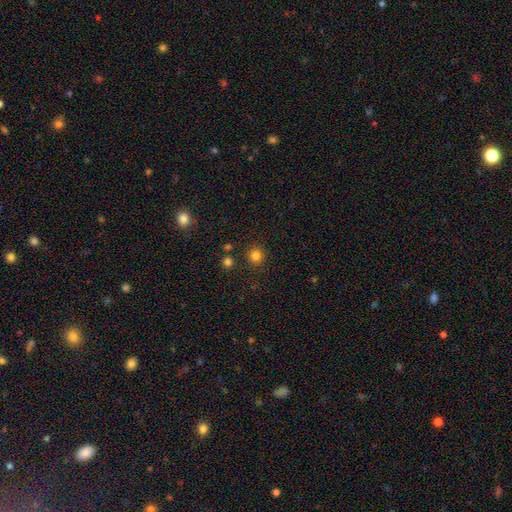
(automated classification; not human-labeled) A smooth galaxy with no disk features (82%) that is round (92%). Merging: none (89%).